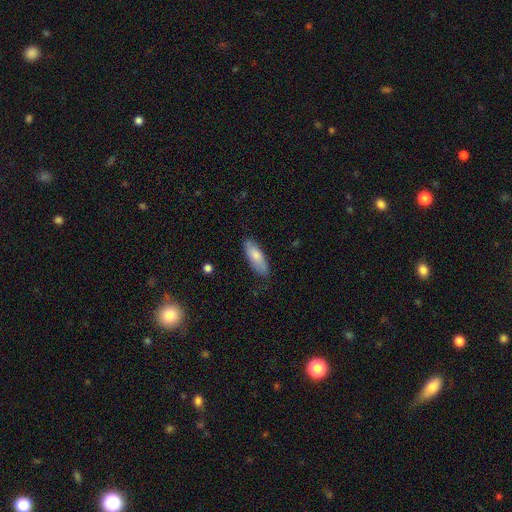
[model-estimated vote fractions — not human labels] smooth_or_featured: smooth (p=0.79) [alt: featured or disk p=0.15]
how_rounded: in between (p=0.66) [alt: cigar-shaped p=0.33]
merging: none (p=0.78) [alt: minor disturbance p=0.18]